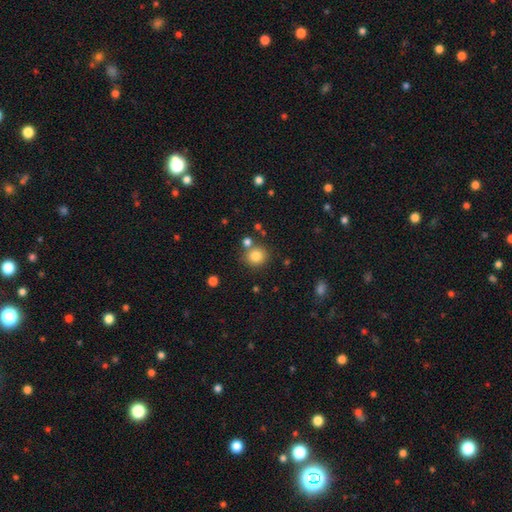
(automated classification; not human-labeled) The model was most divided on "merging": none: 76%, merger: 12%, minor disturbance: 9%, major disturbance: 3%. More confident: how rounded — round (86%); smooth or featured — smooth (82%).